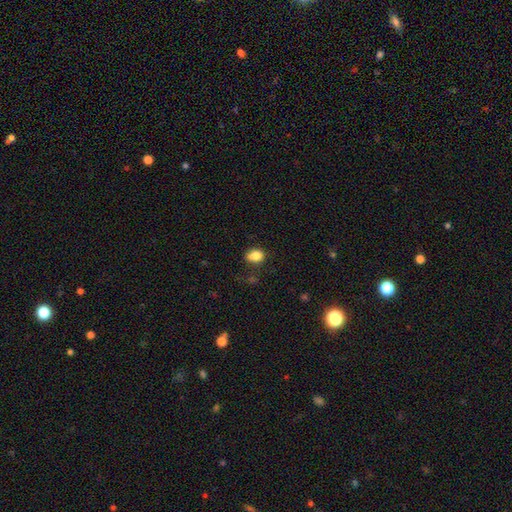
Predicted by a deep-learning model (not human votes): This appears to be a smooth galaxy with no disk features (83%) that is in between round and cigar-shaped (60%). Merging: none (61%).